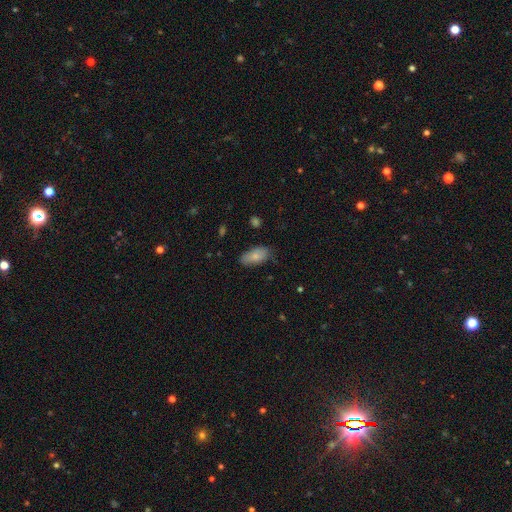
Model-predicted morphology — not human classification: Smooth or featured: smooth — 80% (featured or disk — 13%)
How rounded: in between — 91% (cigar-shaped — 6%)
Merging: none — 75% (minor disturbance — 19%)